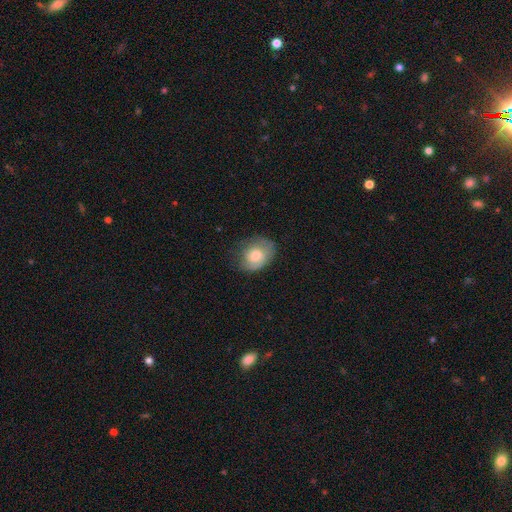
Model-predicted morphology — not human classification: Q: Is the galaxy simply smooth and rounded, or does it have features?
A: smooth — 58%.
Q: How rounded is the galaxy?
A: in between — 57%.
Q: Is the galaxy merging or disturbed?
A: none — 60%.